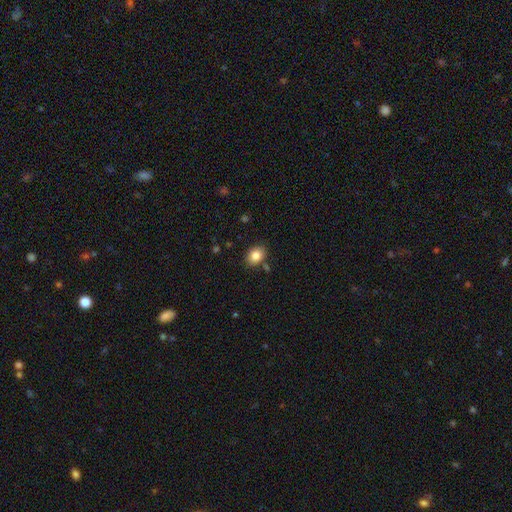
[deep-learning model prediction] This is clearly a smooth galaxy (84%). How rounded: likely in between (62%). Merging: clearly none (83%).